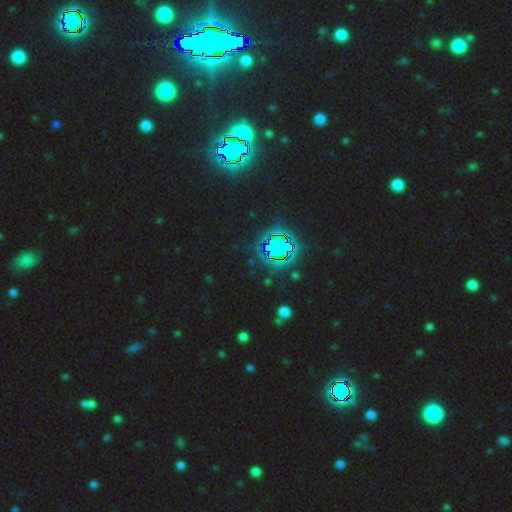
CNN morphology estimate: This is clearly a star or artifact rather than a galaxy (85%).